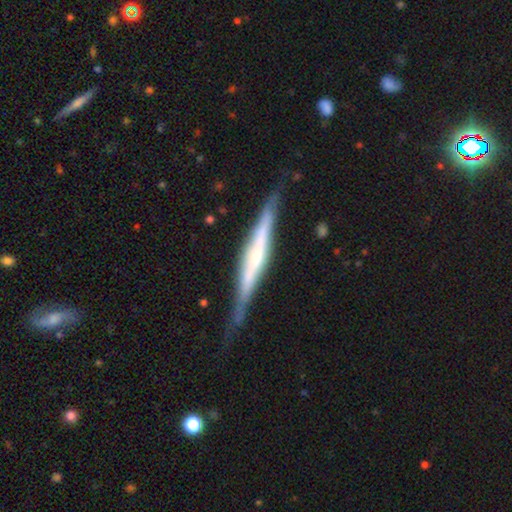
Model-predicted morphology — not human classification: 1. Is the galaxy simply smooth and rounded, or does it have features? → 71% featured or disk, 24% smooth, 5% star or artifact.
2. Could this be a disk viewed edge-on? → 96% yes, 4% no.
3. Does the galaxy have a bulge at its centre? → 40% rounded, 35% none, 25% boxy.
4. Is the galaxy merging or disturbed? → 74% none, 20% minor disturbance, 4% major disturbance, 2% merger.